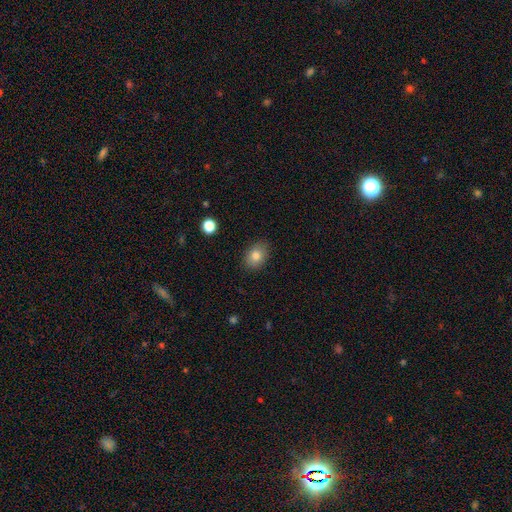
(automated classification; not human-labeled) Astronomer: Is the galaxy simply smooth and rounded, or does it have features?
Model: smooth — 81%.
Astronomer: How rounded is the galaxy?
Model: in between — 70%.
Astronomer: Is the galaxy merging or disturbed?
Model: none — 86%.